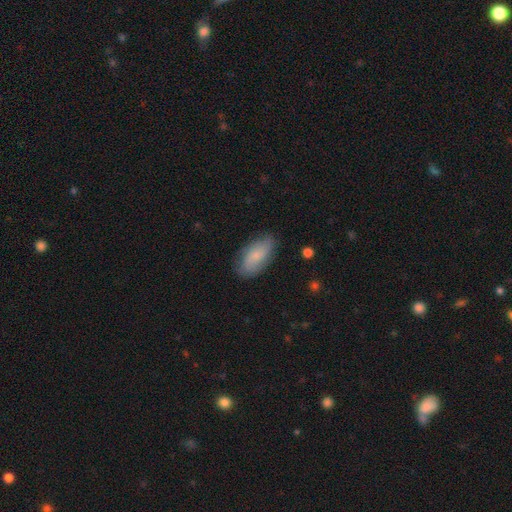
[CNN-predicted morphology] Smooth or featured? smooth (71%)
How rounded? in between (88%)
Merging? none (78%)